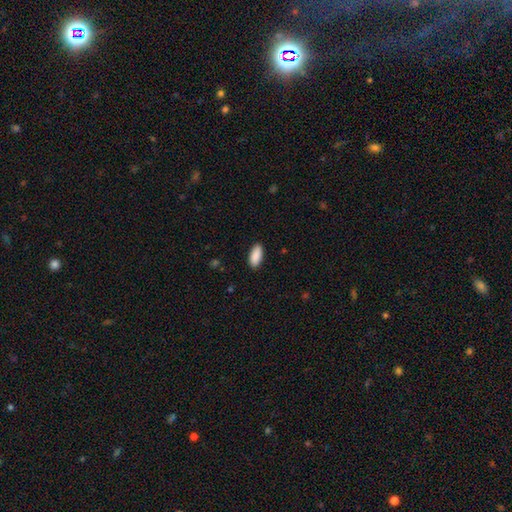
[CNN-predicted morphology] type=smooth (91%); roundness=in between (87%); merging=none (89%).